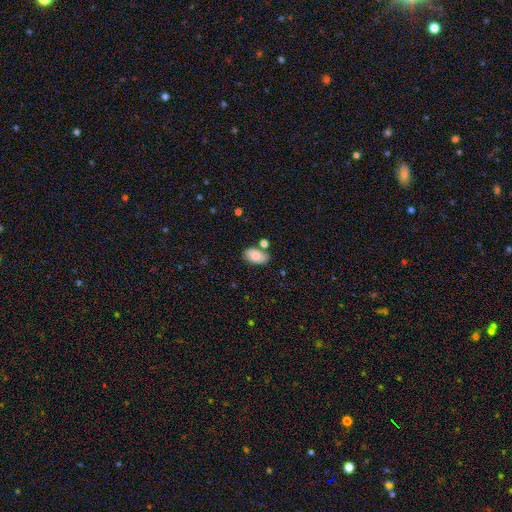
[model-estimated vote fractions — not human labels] Smooth or featured? Predicted: smooth (p=0.76). How rounded? Predicted: in between (p=0.92). Merging? Predicted: none (p=0.61).